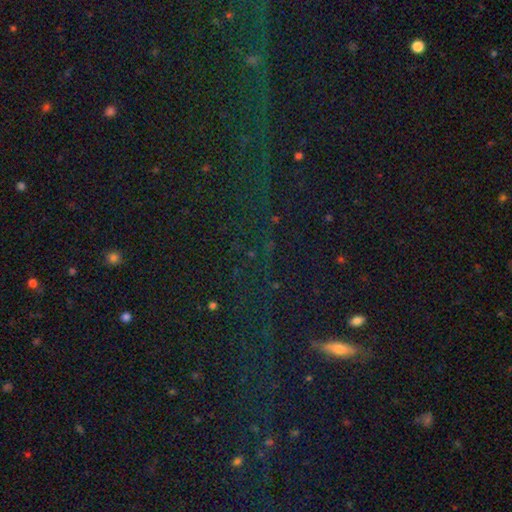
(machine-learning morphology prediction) Smooth or featured: star or artifact — 70% (smooth — 17%)